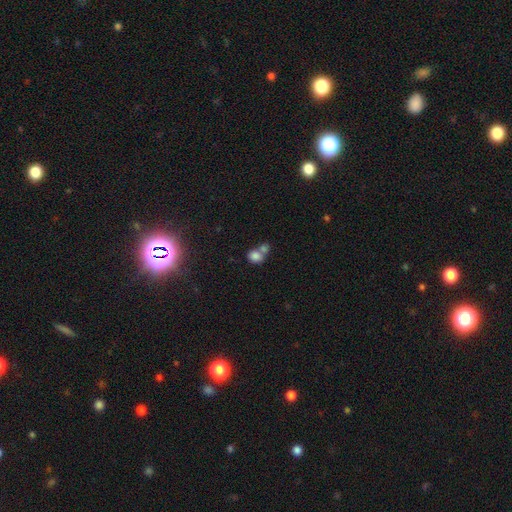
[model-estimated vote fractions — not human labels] The model was most divided on "merging": merger: 56%, none: 32%, minor disturbance: 8%, major disturbance: 4%. More confident: smooth or featured — smooth (80%); how rounded — round (63%).